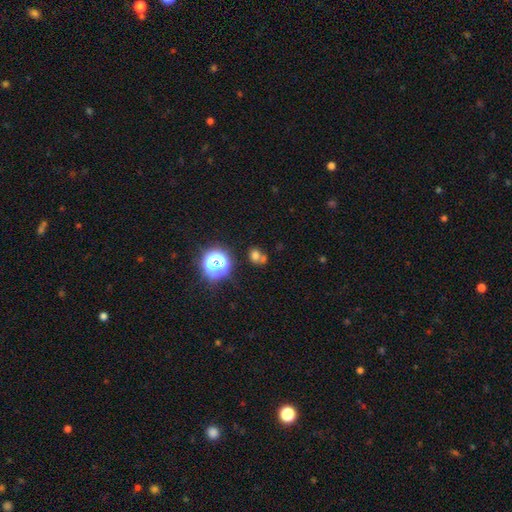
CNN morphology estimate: A smooth galaxy with no disk features (67%) that is round (67%). Merging: none (51%).